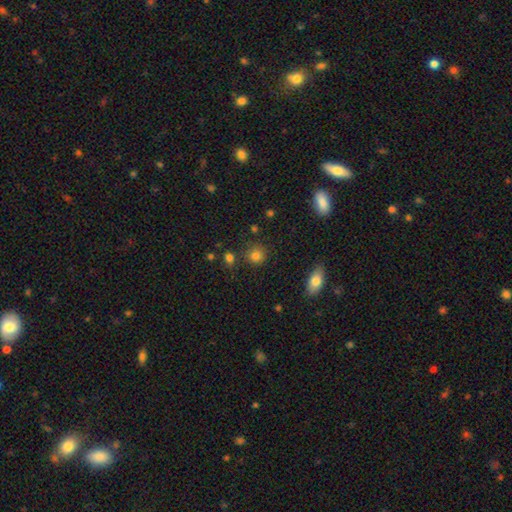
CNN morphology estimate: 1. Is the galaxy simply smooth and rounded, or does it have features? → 81% smooth, 13% star or artifact, 6% featured or disk.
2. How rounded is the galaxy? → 87% round, 11% in between, 1% cigar-shaped.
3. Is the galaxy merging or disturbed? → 82% none, 9% minor disturbance, 5% merger, 3% major disturbance.